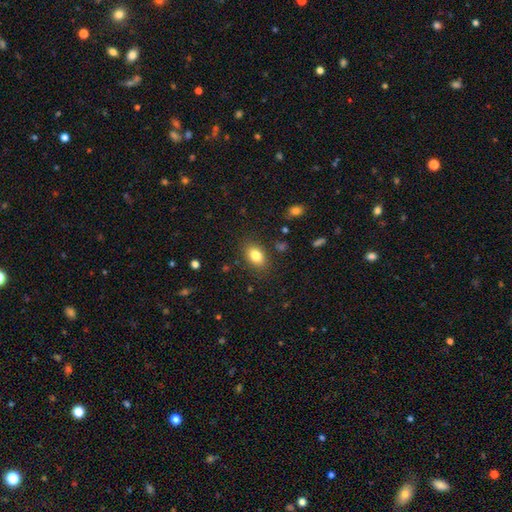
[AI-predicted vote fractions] Q: Smooth or featured?
A: smooth (82%); runner-up: featured or disk (9%)
Q: How rounded?
A: in between (84%); runner-up: round (15%)
Q: Merging?
A: none (84%); runner-up: minor disturbance (11%)